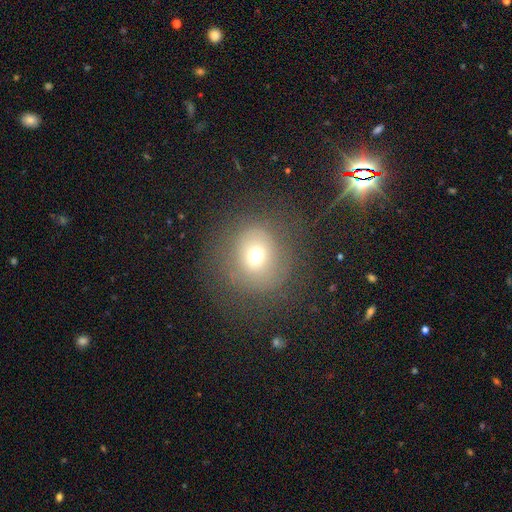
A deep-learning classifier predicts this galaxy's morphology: Smooth or featured?
  - smooth: 66% *
  - star or artifact: 18%
  - featured or disk: 16%
How rounded?
  - round: 86% *
  - in between: 13%
  - cigar-shaped: 1%
Merging?
  - none: 72% *
  - minor disturbance: 14%
  - major disturbance: 13%
  - merger: 1%